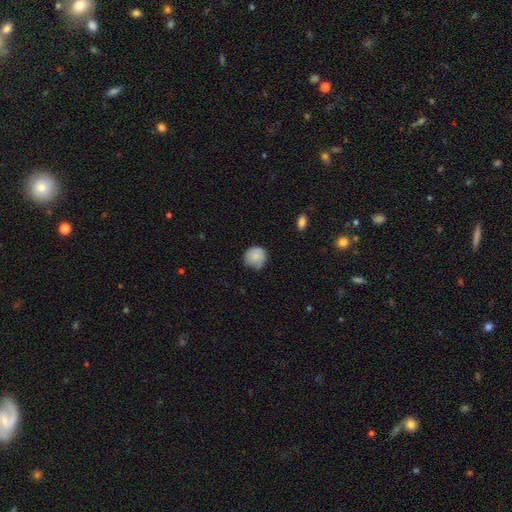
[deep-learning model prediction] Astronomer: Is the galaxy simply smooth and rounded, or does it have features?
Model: smooth — 77%.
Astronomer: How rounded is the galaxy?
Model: round — 88%.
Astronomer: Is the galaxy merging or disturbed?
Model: none — 66%.